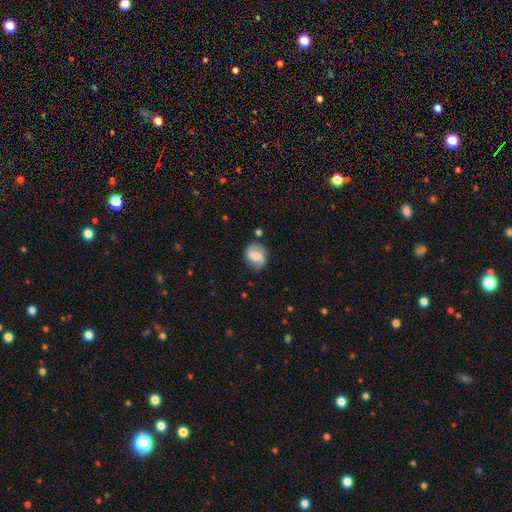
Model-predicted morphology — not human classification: type=smooth (51%); roundness=round (68%); merging=none (75%).